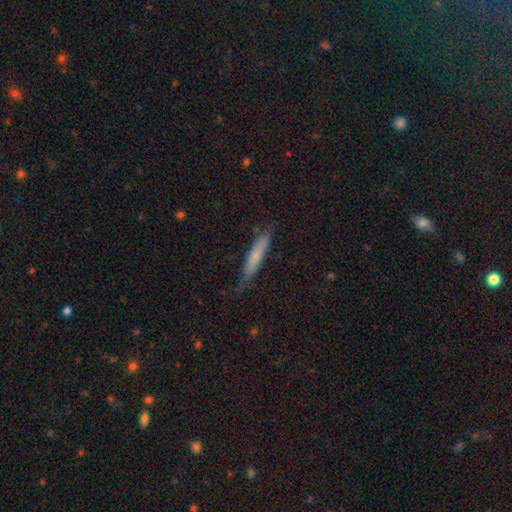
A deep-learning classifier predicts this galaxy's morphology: Overall: smooth (66%; featured or disk 28%). How rounded: cigar-shaped (91%). Merging: none (72%).